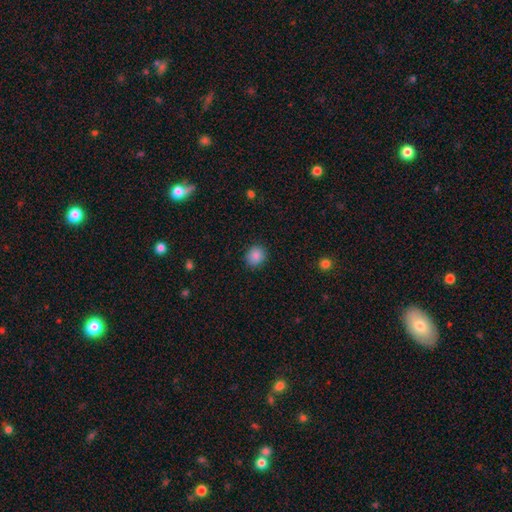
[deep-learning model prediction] This is clearly a smooth galaxy (87%). How rounded: clearly round (81%). Merging: clearly none (89%).